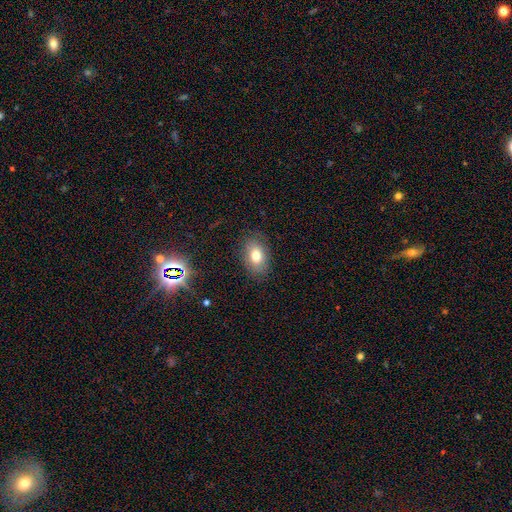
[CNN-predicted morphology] Smooth or featured: smooth — 76% (featured or disk — 14%)
How rounded: in between — 84% (round — 15%)
Merging: none — 83% (minor disturbance — 12%)